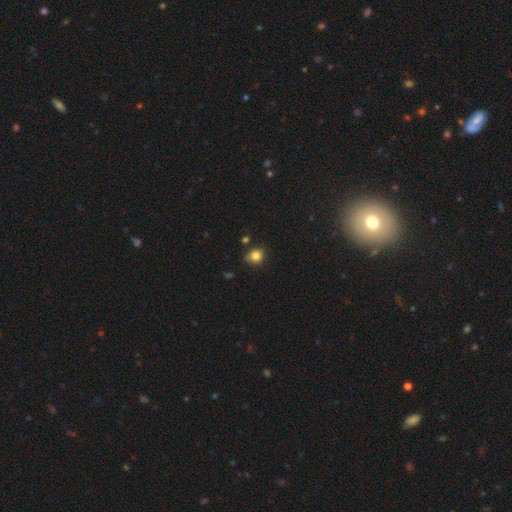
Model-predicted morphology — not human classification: smooth_or_featured: smooth (p=0.83) [alt: star or artifact p=0.12]
how_rounded: round (p=0.83) [alt: in between p=0.16]
merging: none (p=0.73) [alt: minor disturbance p=0.20]